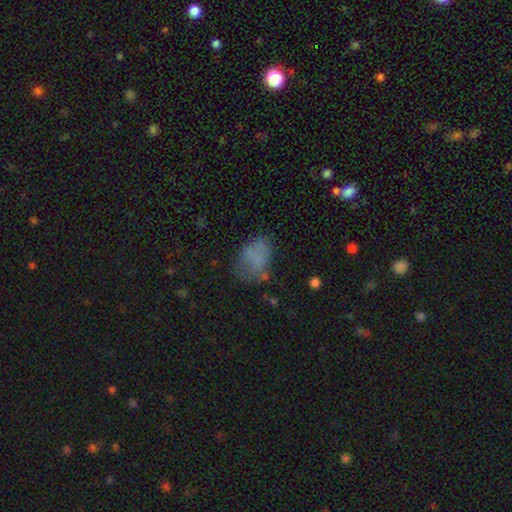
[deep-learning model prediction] Smooth or featured? smooth (71%)
How rounded? in between (80%)
Merging? none (48%)